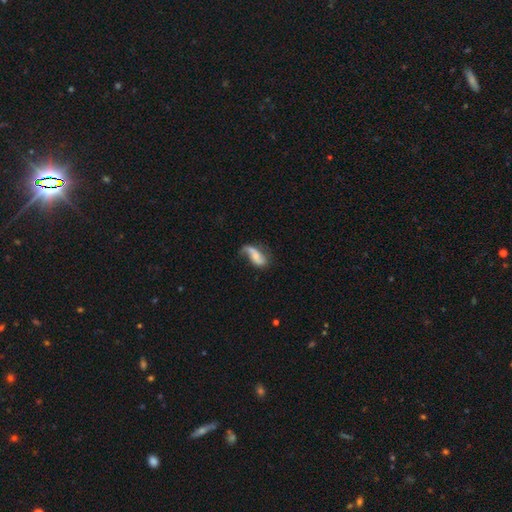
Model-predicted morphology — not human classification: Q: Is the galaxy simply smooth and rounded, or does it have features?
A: featured or disk — 59%.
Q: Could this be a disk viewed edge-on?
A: no — 93%.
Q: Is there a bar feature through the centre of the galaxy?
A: no — 52%.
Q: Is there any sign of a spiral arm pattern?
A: yes — 82%.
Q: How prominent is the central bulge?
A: small — 47%.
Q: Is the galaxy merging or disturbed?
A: none — 37%.